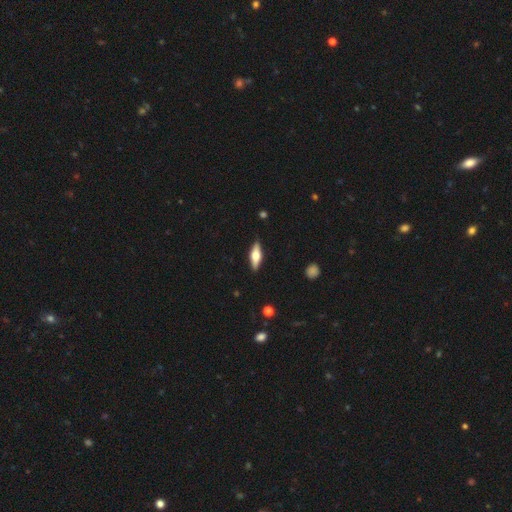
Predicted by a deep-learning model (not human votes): A featured or disk galaxy (48%).

Vote fractions:
- Smooth or featured? featured or disk: 48% / smooth: 46% / star or artifact: 6%
- Merging? none: 88% / minor disturbance: 9% / major disturbance: 2% / merger: 1%